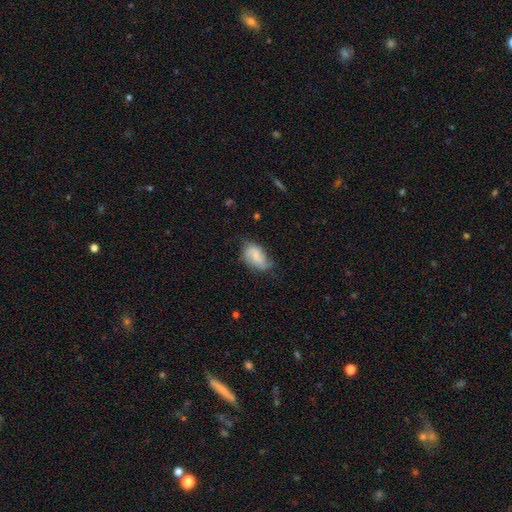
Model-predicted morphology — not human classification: This appears to be a smooth galaxy with no disk features (50%). Merging: none (50%).